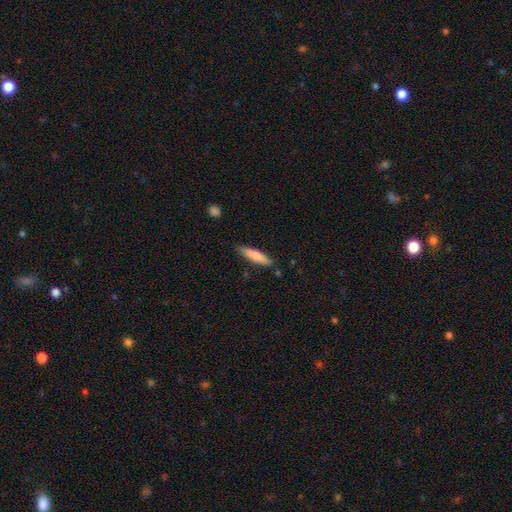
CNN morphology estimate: The model was most divided on "how rounded": cigar-shaped: 77%, in between: 22%, round: 1%. More confident: merging — none (82%); smooth or featured — smooth (78%).